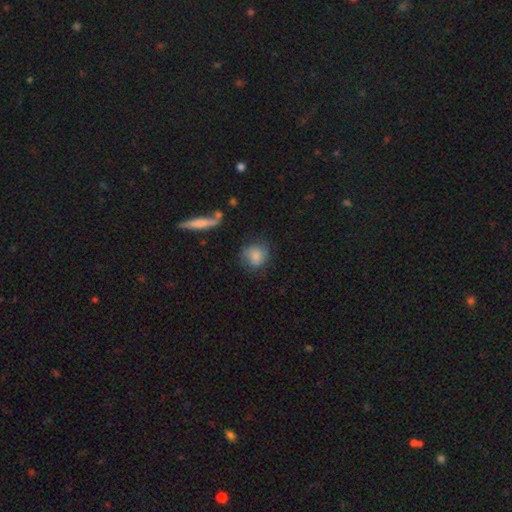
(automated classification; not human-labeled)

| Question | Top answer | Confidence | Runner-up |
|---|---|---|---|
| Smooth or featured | smooth | 78% | featured or disk (14%) |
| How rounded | round | 82% | in between (16%) |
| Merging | none | 67% | minor disturbance (22%) |